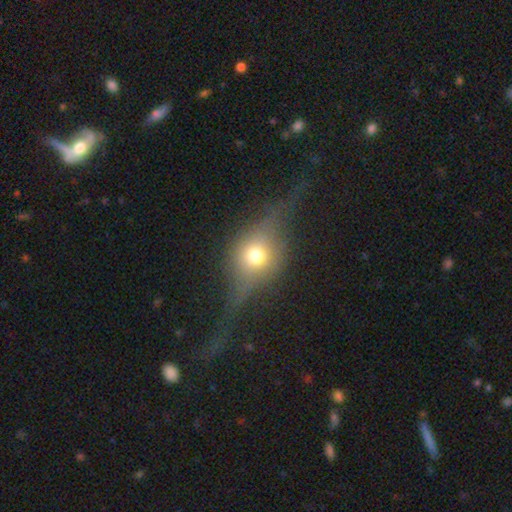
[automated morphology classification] Q: Smooth or featured?
A: featured or disk (47%); runner-up: smooth (39%)
Q: Merging?
A: none (59%); runner-up: minor disturbance (20%)